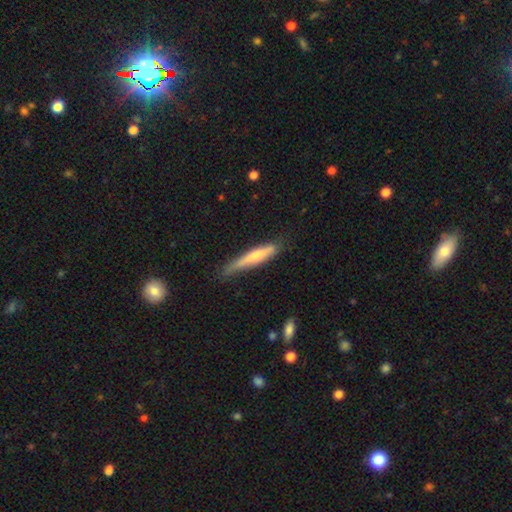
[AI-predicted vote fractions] Smooth or featured? smooth (51%)
How rounded? cigar-shaped (93%)
Merging? none (69%)